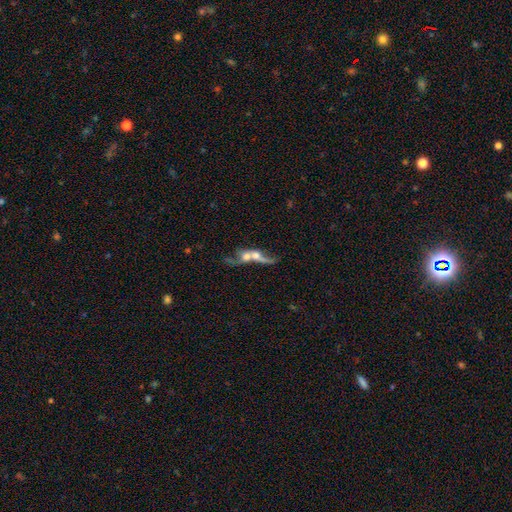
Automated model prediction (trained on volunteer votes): Morphology: type=featured or disk (49%); merging=merger (71%).